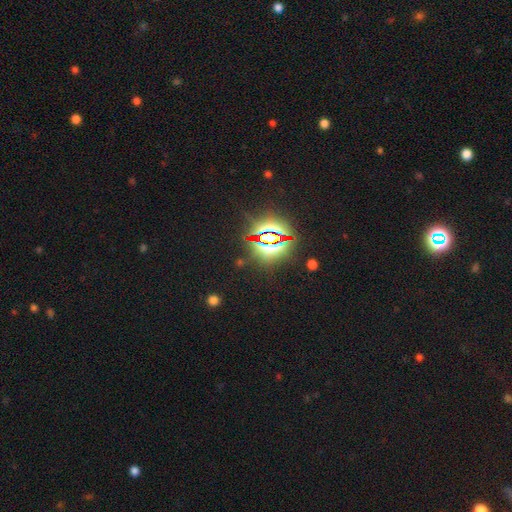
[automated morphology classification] The model was most divided on "smooth or featured": star or artifact: 87%, smooth: 8%, featured or disk: 5%.